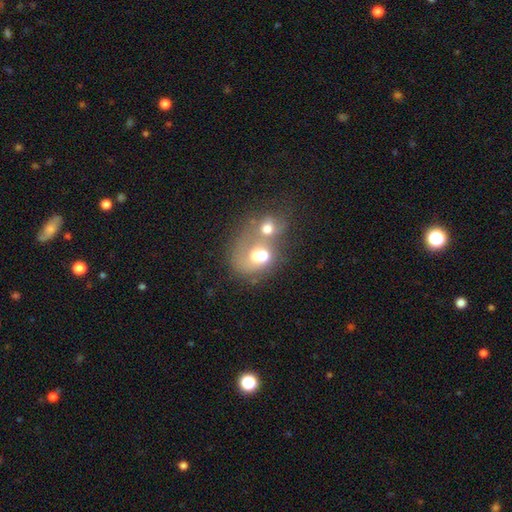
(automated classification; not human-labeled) smooth 46%, featured or disk 39%, star or artifact 15%. Down the decision tree: merging — merger (74%).